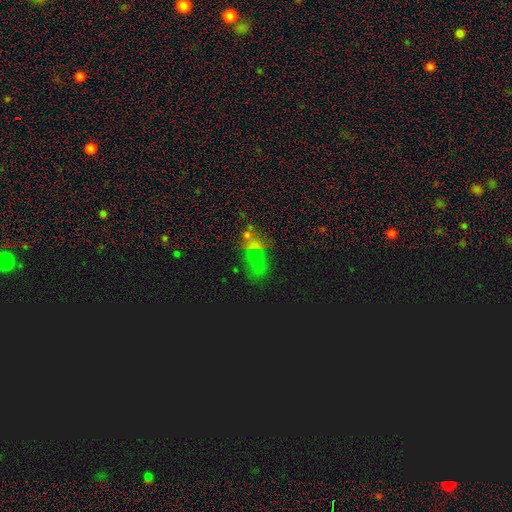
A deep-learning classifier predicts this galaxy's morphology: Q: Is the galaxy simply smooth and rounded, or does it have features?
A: star or artifact — 42%.